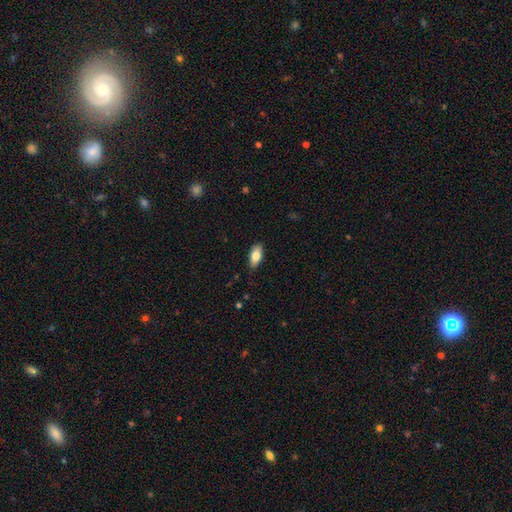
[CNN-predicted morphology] A smooth galaxy with no disk features (81%) that is in between round and cigar-shaped (89%).

Vote fractions:
- Smooth or featured? smooth: 81% / featured or disk: 12% / star or artifact: 7%
- How rounded? in between: 89% / cigar-shaped: 8% / round: 3%
- Merging? none: 86% / minor disturbance: 11% / major disturbance: 2% / merger: 1%